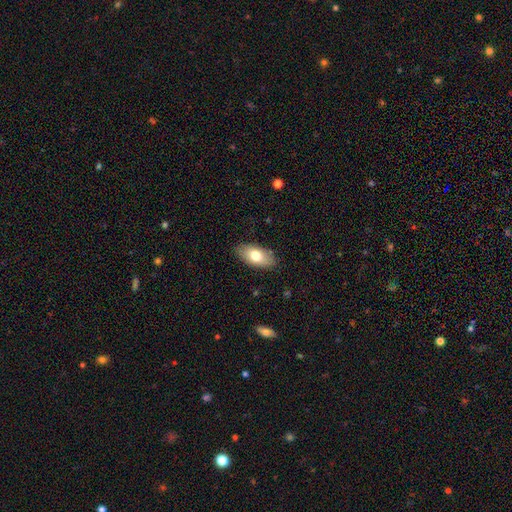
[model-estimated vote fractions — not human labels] Q: Smooth or featured?
A: smooth (74%); runner-up: featured or disk (20%)
Q: How rounded?
A: in between (92%); runner-up: cigar-shaped (5%)
Q: Merging?
A: none (85%); runner-up: minor disturbance (11%)